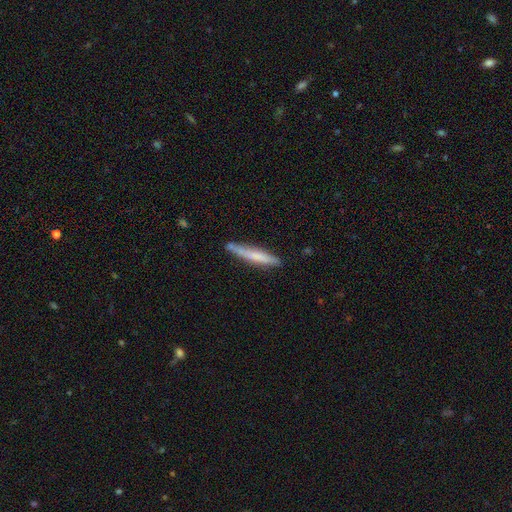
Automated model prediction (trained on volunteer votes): Morphology: type=smooth (63%); roundness=cigar-shaped (94%); merging=none (73%).